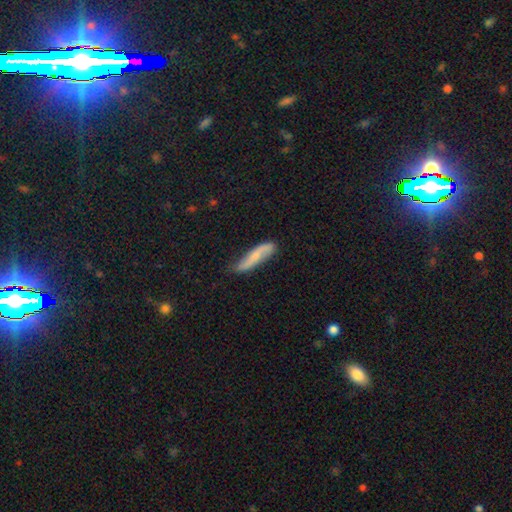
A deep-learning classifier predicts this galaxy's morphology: Smooth or featured? featured or disk (49%)
Merging? none (66%)